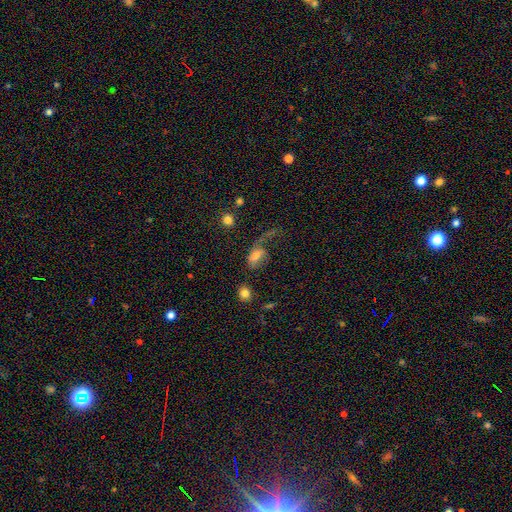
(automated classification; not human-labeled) smooth_or_featured: smooth (p=0.62) [alt: featured or disk p=0.27]
how_rounded: in between (p=0.84) [alt: round p=0.12]
merging: major disturbance (p=0.51) [alt: none p=0.24]